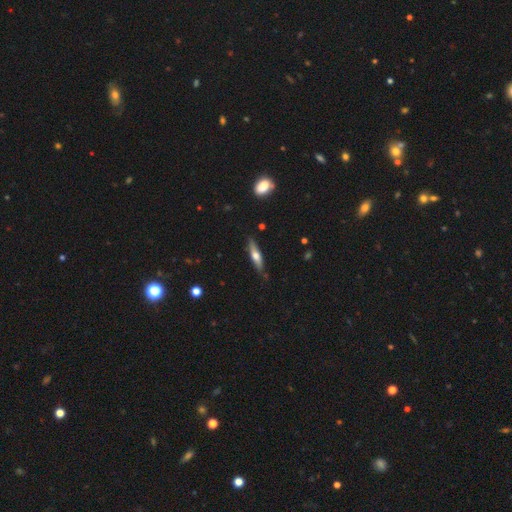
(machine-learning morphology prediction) This appears to be a featured or disk galaxy (49%). Merging: none (83%).